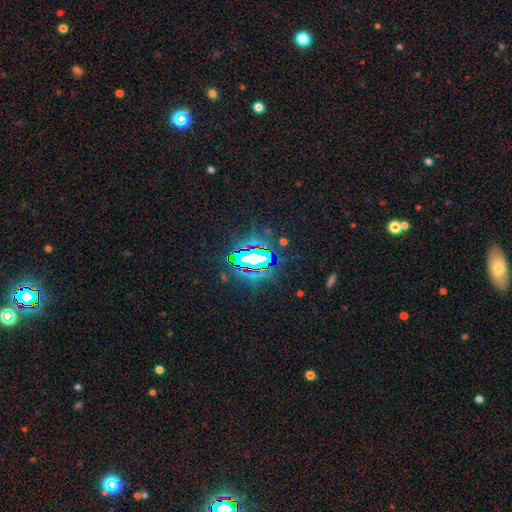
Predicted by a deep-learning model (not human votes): Morphology: type=star or artifact (73%).